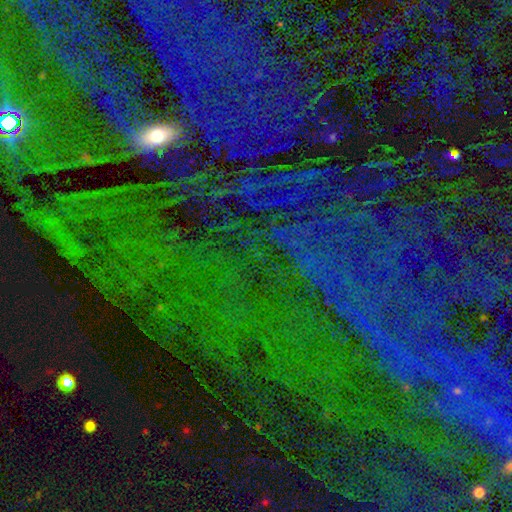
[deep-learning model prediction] Overall: star or artifact (78%).